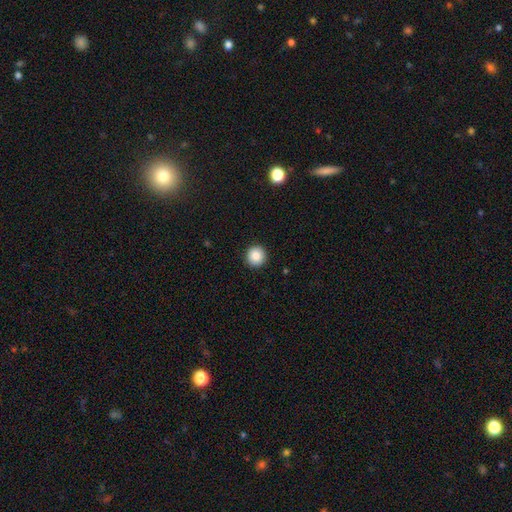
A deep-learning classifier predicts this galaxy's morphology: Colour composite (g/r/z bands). It shows a smooth galaxy with no disk features (85%) that is round (96%). Merging: none (93%).